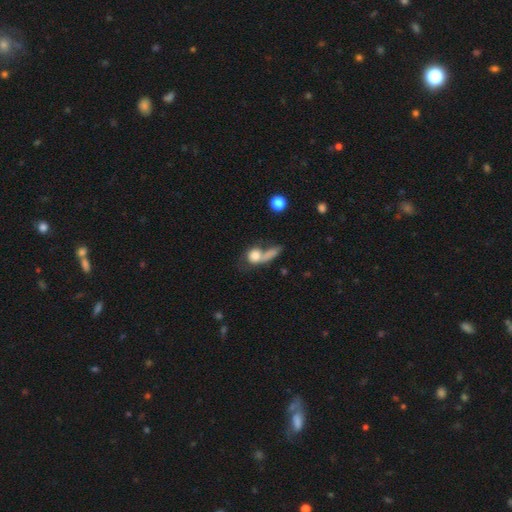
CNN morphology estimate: Smooth or featured? smooth (72%)
How rounded? round (57%)
Merging? merger (43%)